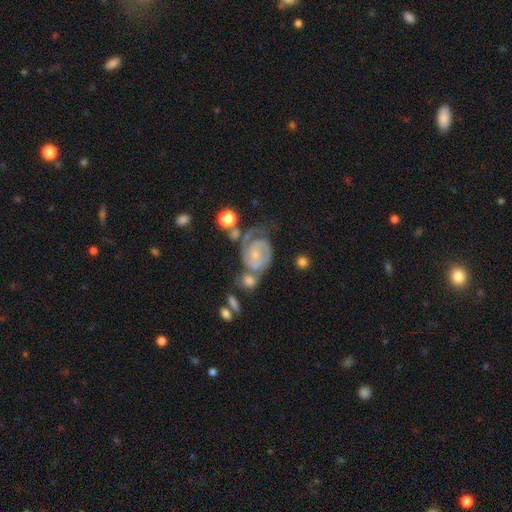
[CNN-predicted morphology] This is clearly a featured or disk galaxy (83%). It is clearly not viewed edge-on (97%). Bar: likely no (68%). Spiral arm pattern: clearly yes (95%). Spiral arm count: possibly 2 (58%). Spiral winding: possibly tight (58%). Central bulge: likely small (68%). Merging: marginally none (39%).